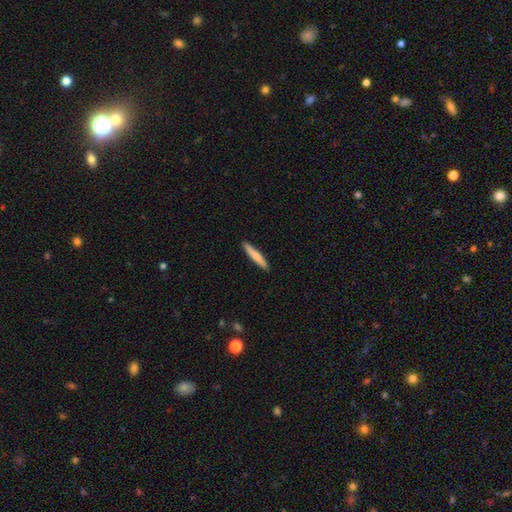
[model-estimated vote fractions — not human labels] Smooth or featured? Predicted: smooth (p=0.74). How rounded? Predicted: cigar-shaped (p=0.93). Merging? Predicted: none (p=0.91).